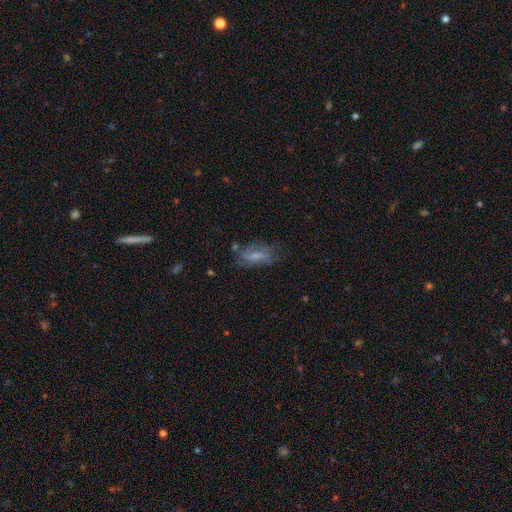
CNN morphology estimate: A smooth galaxy with no disk features (48%).

Vote fractions:
- Smooth or featured? smooth: 48% / featured or disk: 43% / star or artifact: 10%
- Merging? none: 53% / minor disturbance: 27% / major disturbance: 16% / merger: 4%